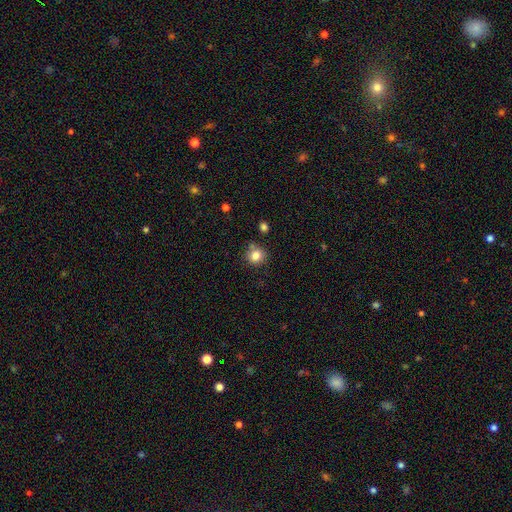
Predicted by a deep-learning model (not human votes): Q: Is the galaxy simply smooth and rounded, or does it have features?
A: smooth — 82%.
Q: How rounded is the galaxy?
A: round — 89%.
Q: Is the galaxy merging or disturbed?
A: none — 75%.